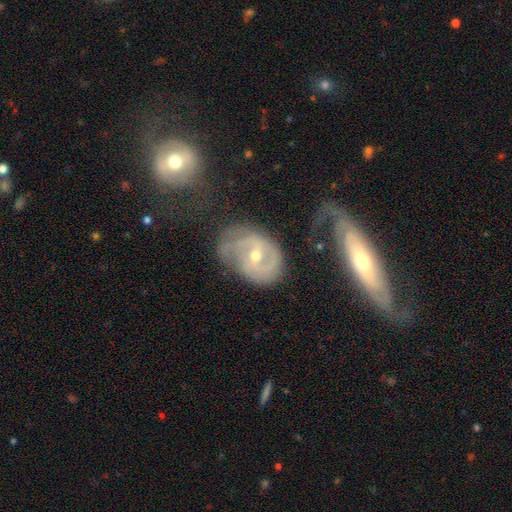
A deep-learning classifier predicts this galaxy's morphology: featured or disk 82%, smooth 12%, star or artifact 6%. Down the decision tree: edge-on disk — no (96%); bar — weak (45%); spiral arms — yes (90%); spiral arm count — 2 (59%); spiral winding — medium (40%); bulge size — small (49%); merging — none (43%).